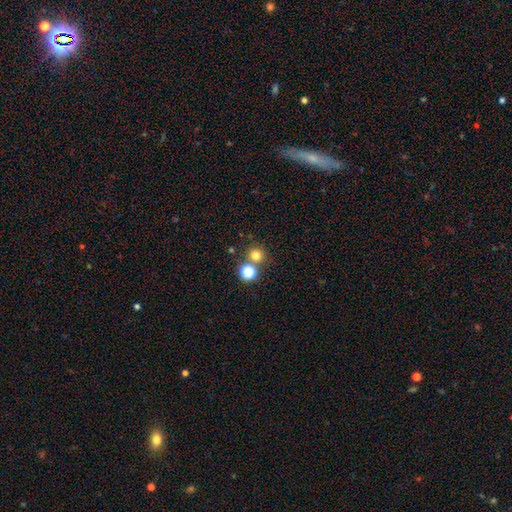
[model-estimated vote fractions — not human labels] This is likely a smooth galaxy (75%). How rounded: clearly round (92%). Merging: likely none (70%).